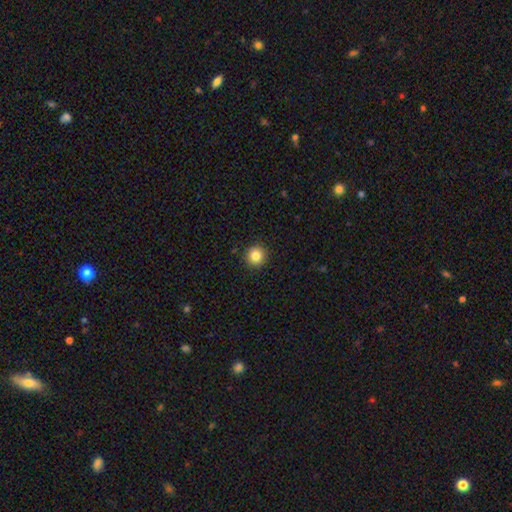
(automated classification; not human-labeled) Morphology: type=smooth (84%); roundness=round (94%); merging=none (92%).